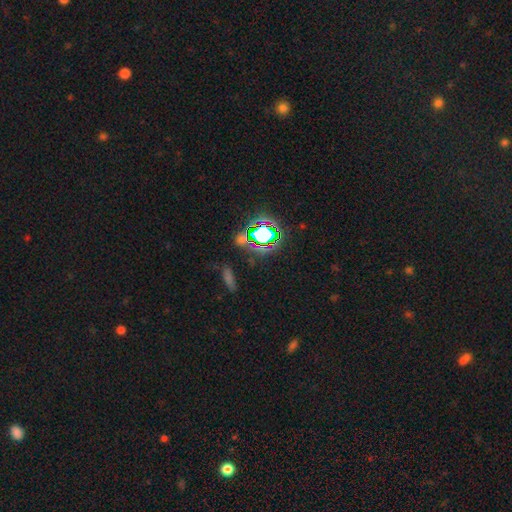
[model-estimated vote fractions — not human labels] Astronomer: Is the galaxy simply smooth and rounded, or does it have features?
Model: star or artifact — 71%.